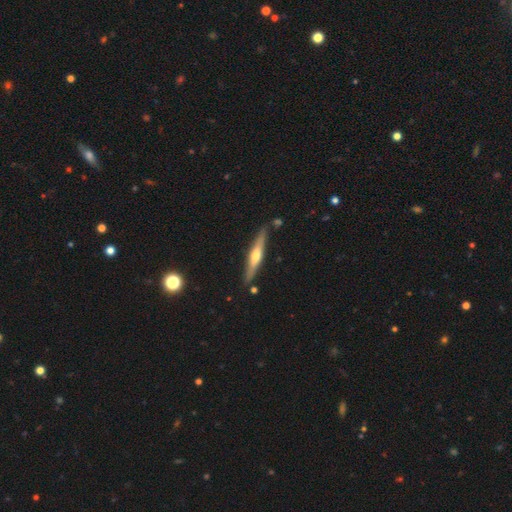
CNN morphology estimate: smooth-or-featured: featured or disk: 62% | smooth: 33% | star or artifact: 5%
  disk-edge-on: yes: 95% | no: 5%
    edge-on-bulge: rounded: 84% | none: 8% | boxy: 7%
  merging: none: 84% | minor disturbance: 11% | merger: 3% | major disturbance: 2%